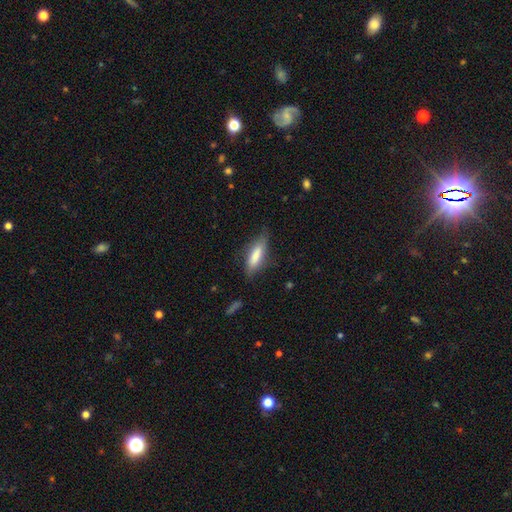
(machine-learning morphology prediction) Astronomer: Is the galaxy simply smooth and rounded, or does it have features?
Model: smooth — 75%.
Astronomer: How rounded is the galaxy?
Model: cigar-shaped — 53% (runner-up: in between, 45%).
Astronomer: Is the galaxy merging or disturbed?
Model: none — 69%.